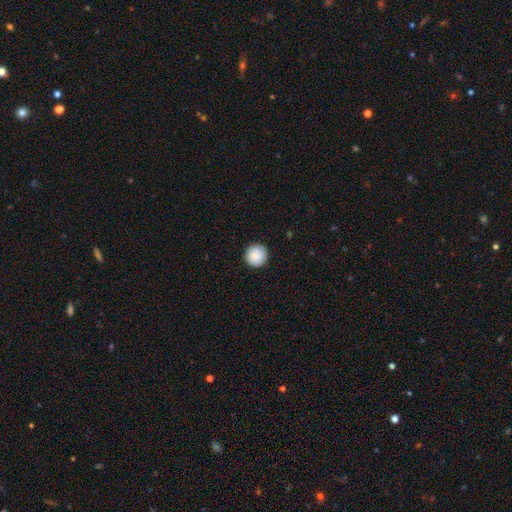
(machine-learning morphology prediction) A smooth galaxy with no disk features (83%) that is round (96%).

Vote fractions:
- Smooth or featured? smooth: 83% / featured or disk: 10% / star or artifact: 7%
- How rounded? round: 96% / in between: 3% / cigar-shaped: 1%
- Merging? none: 91% / minor disturbance: 7% / major disturbance: 2% / merger: 1%